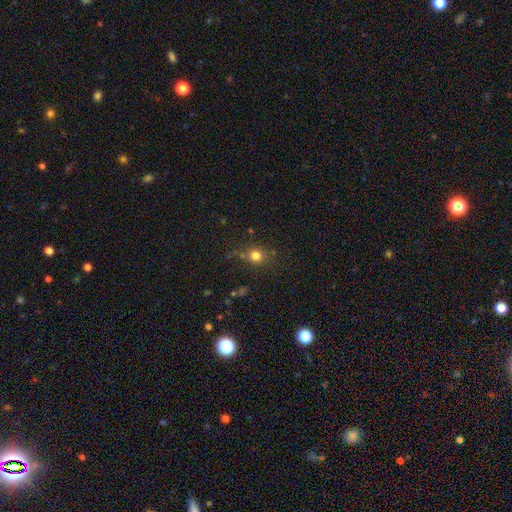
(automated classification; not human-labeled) smooth 76%, star or artifact 16%, featured or disk 8%. Down the decision tree: how rounded — round (84%); merging — none (74%).